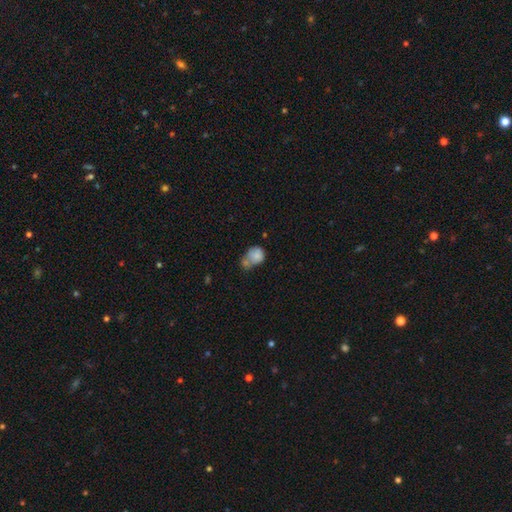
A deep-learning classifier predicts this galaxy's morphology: smooth 78%, featured or disk 13%, star or artifact 9%. Down the decision tree: how rounded — round (56%); merging — merger (49%).